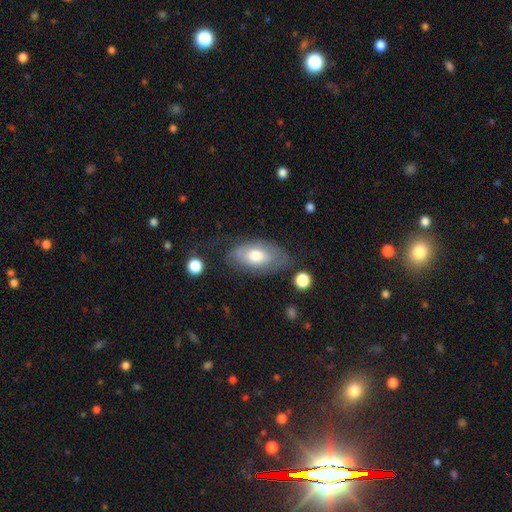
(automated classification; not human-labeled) Overall: smooth (61%; featured or disk 32%). How rounded: in between (92%). Merging: none (62%; minor disturbance 24%).